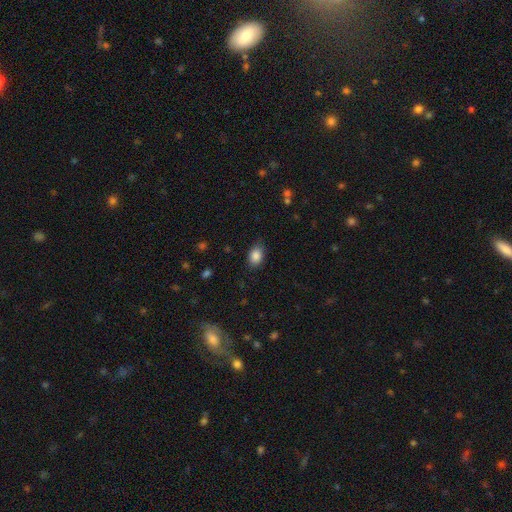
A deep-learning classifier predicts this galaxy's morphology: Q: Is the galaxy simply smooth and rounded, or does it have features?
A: smooth — 87%.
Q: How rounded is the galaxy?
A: in between — 80%.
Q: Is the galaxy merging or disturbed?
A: none — 78%.